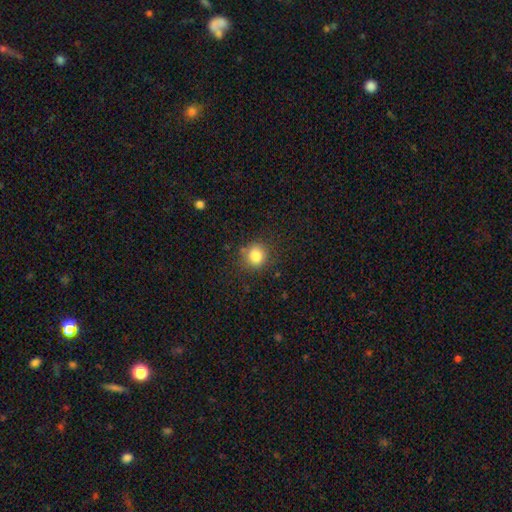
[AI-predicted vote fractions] Smooth or featured? smooth (83%)
How rounded? round (88%)
Merging? none (84%)